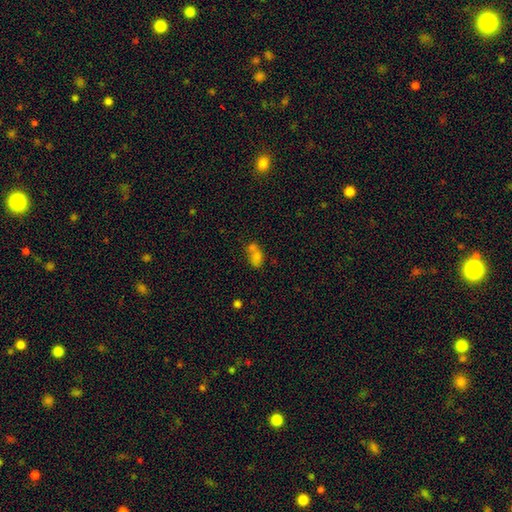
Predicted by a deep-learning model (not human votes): Smooth or featured: smooth — 71% (featured or disk — 15%)
How rounded: in between — 77% (round — 21%)
Merging: merger — 55% (none — 27%)